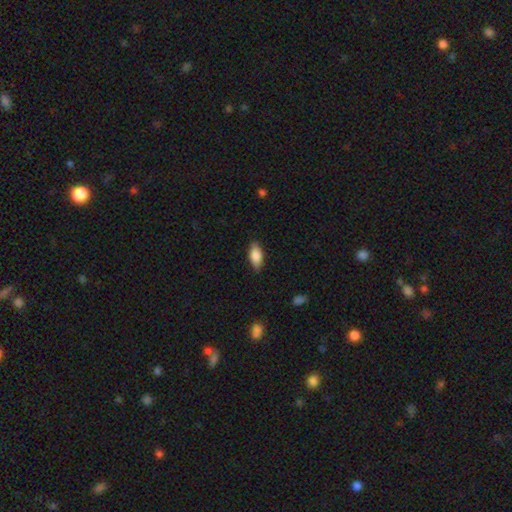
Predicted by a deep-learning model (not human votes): A smooth galaxy with no disk features (83%) that is in between round and cigar-shaped (86%). Merging: none (85%).